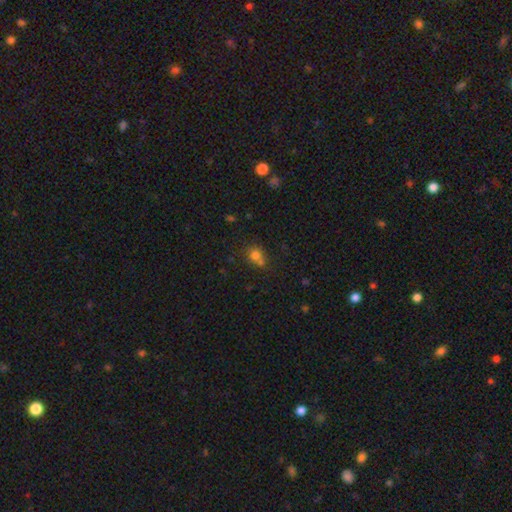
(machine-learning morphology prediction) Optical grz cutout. It shows a smooth galaxy with no disk features (73%) that is round (77%). Merging: none (45%).